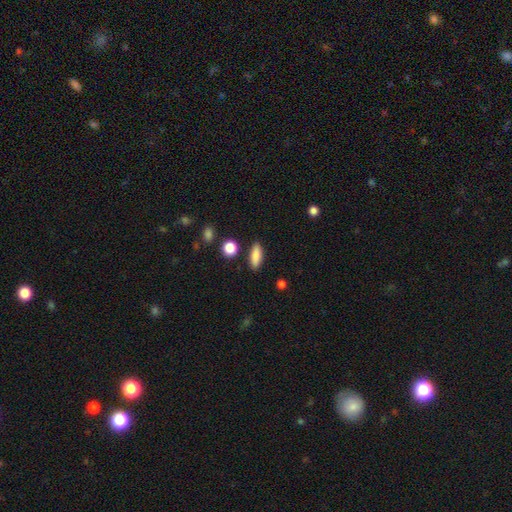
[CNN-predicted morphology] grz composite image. It shows a smooth galaxy with no disk features (85%) that is in between round and cigar-shaped (62%). Merging: none (86%).